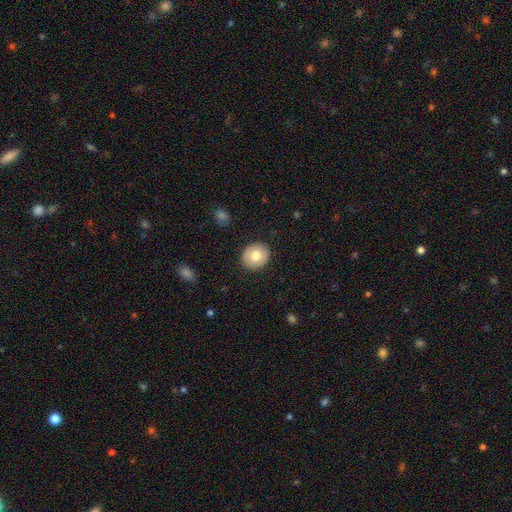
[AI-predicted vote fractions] Morphology: type=smooth (74%); roundness=round (73%); merging=none (90%).